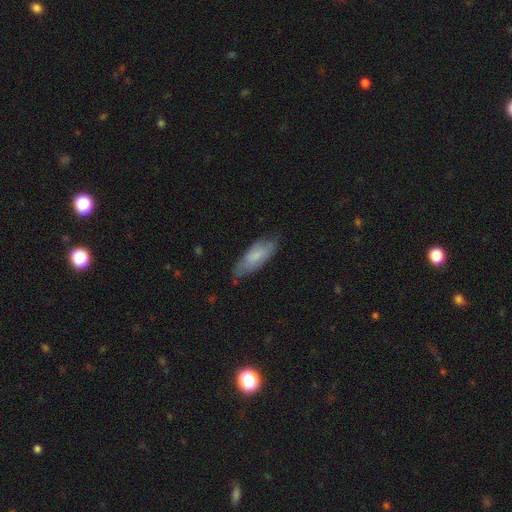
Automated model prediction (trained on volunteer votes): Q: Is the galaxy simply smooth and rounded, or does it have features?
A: smooth — 72%.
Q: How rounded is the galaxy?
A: in between — 67%.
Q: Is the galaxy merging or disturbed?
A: none — 66%.